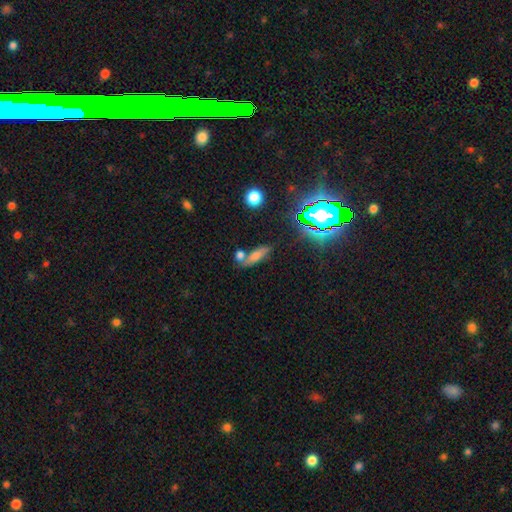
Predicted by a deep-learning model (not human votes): This is likely a smooth galaxy (64%). How rounded: possibly in between (47%). Merging: possibly none (50%).